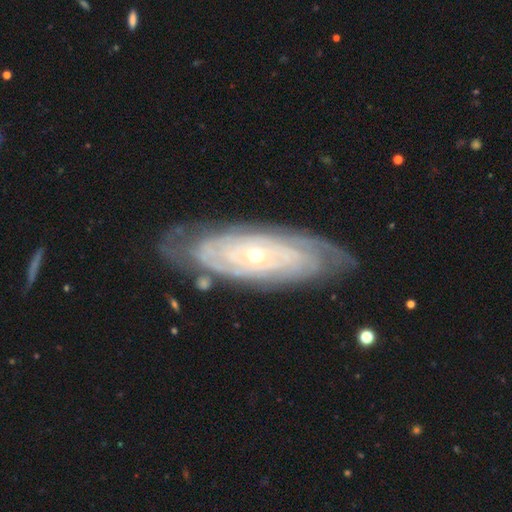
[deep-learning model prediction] Morphology: type=featured or disk (85%); edge-on=no (87%); bar=no (81%); spiral arms=yes (88%); winding=tight (83%); arm count=can't tell (55%); bulge=moderate (48%, tied with small); merging=none (74%).